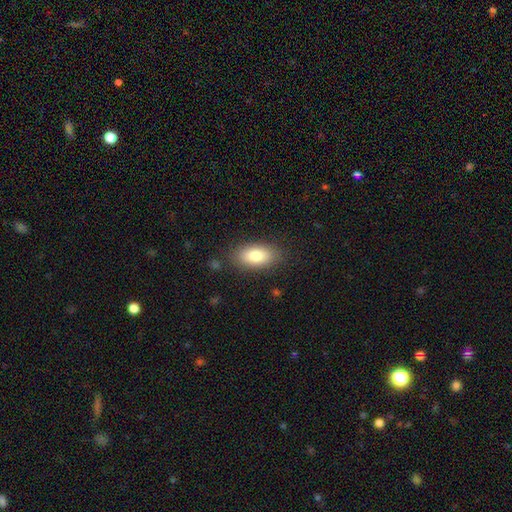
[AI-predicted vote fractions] A smooth galaxy with no disk features (82%) that is in between round and cigar-shaped (91%). Merging: none (84%).